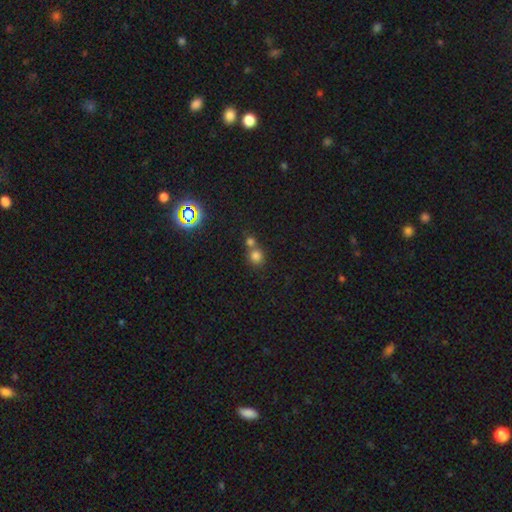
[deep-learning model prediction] A smooth galaxy with no disk features (77%) that is round (88%). Merging: none (47%).